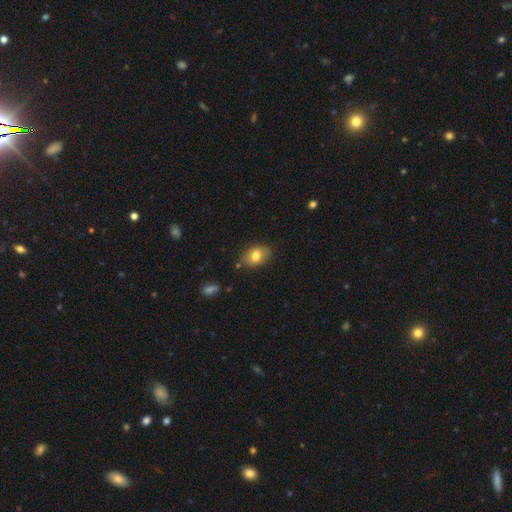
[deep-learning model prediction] The model was most divided on "merging": none: 78%, minor disturbance: 16%, merger: 3%, major disturbance: 3%. More confident: how rounded — in between (82%); smooth or featured — smooth (78%).